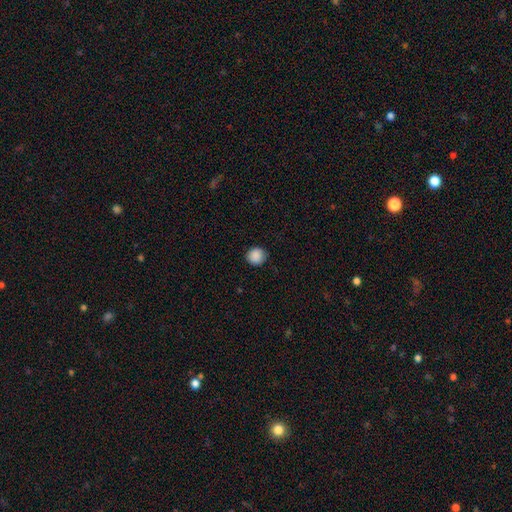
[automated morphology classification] Smooth or featured? smooth (89%)
How rounded? round (90%)
Merging? none (90%)